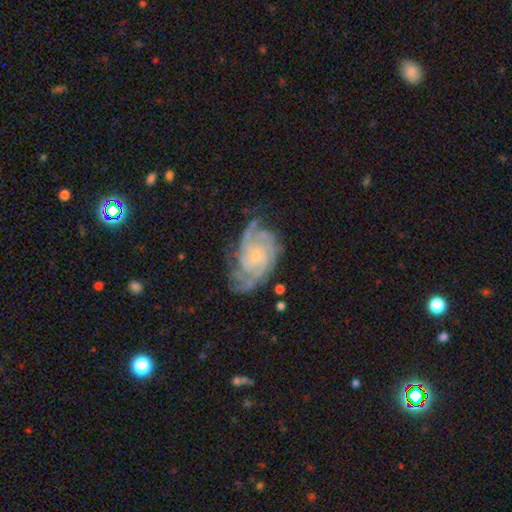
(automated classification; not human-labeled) A featured or disk galaxy (88%) with no bar (75%), 3 (26%) tight (62%) spiral arms (98%) and a small central bulge (80%).

Vote fractions:
- Smooth or featured? featured or disk: 88% / smooth: 6% / star or artifact: 6%
- Edge-on disk? no: 97% / yes: 3%
- Bar? no: 75% / weak: 21% / strong: 4%
- Spiral arms? yes: 98% / no: 2%
- Spiral winding? tight: 62% / medium: 31% / loose: 6%
- Spiral arm count? 3: 26% / 4: 23% / can't tell: 20% / 2: 17% / more than 4: 8% / 1: 7%
- Bulge size? small: 80% / moderate: 13% / none: 5% / large: 1% / dominant: 1%
- Merging? none: 66% / minor disturbance: 22% / major disturbance: 10% / merger: 2%